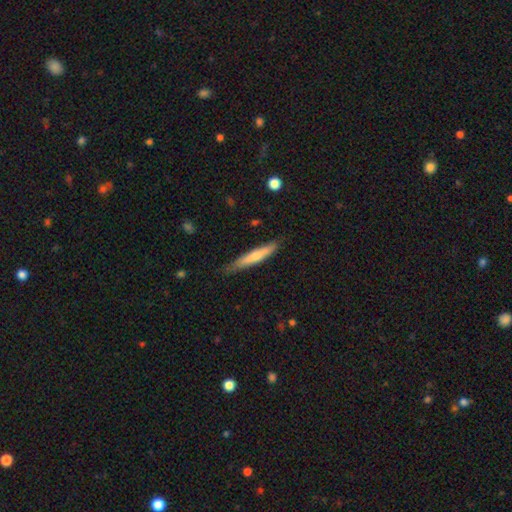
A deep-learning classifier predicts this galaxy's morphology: Smooth or featured? Predicted: smooth (p=0.60). How rounded? Predicted: cigar-shaped (p=0.91). Merging? Predicted: none (p=0.77).